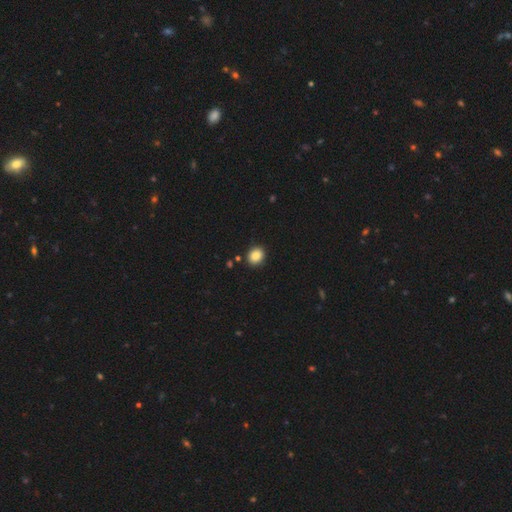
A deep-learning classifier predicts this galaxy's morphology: Smooth or featured? smooth (88%)
How rounded? round (63%)
Merging? none (88%)